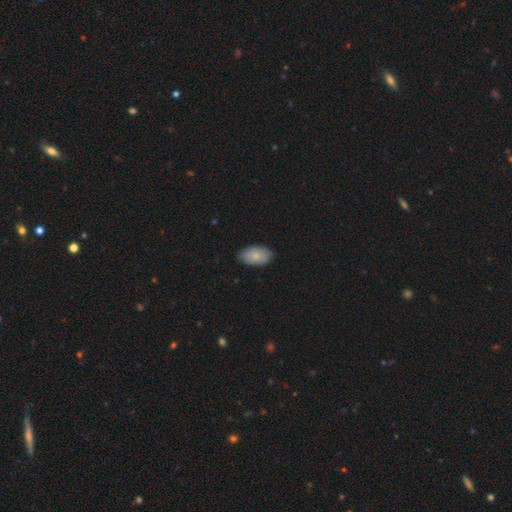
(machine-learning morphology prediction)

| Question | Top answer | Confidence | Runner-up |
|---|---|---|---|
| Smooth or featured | smooth | 80% | featured or disk (14%) |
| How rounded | in between | 94% | round (5%) |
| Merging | none | 83% | minor disturbance (14%) |